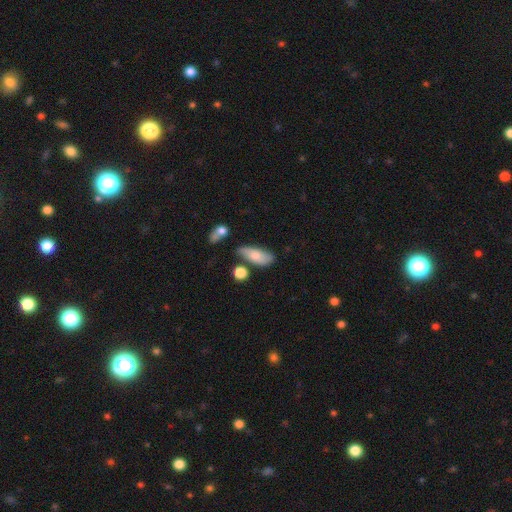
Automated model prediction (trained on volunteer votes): This appears to be a smooth galaxy with no disk features (71%) that is in between round and cigar-shaped (78%). Merging: none (64%).